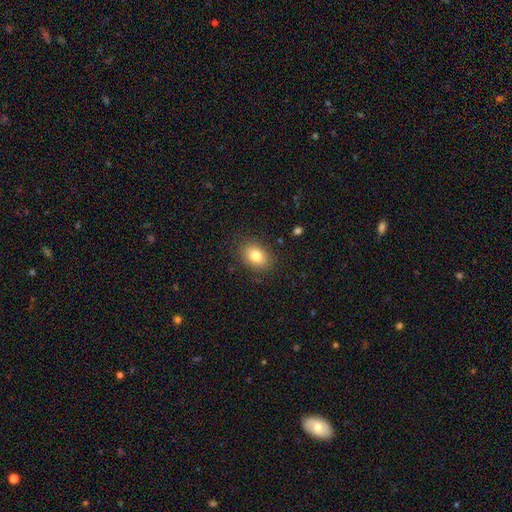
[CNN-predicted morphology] This is clearly a smooth galaxy (82%). How rounded: likely in between (73%). Merging: clearly none (85%).